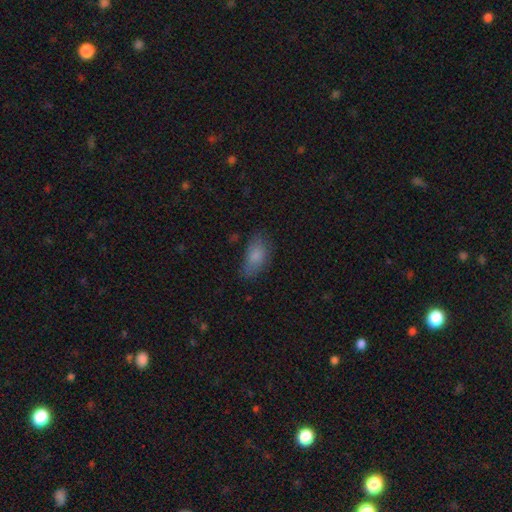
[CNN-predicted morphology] A smooth galaxy with no disk features (82%) that is in between round and cigar-shaped (90%).

Vote fractions:
- Smooth or featured? smooth: 82% / featured or disk: 10% / star or artifact: 8%
- How rounded? in between: 90% / cigar-shaped: 6% / round: 4%
- Merging? none: 65% / minor disturbance: 25% / major disturbance: 7% / merger: 2%